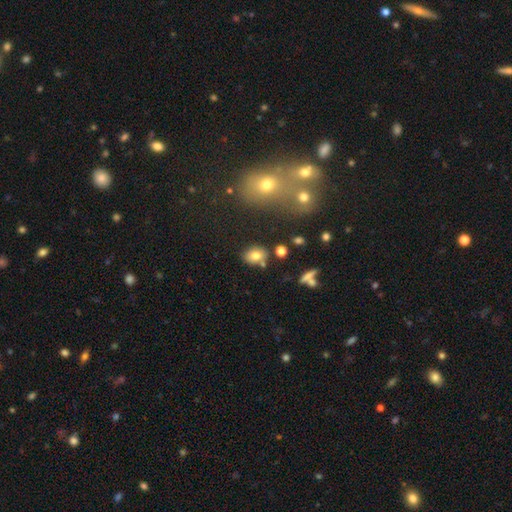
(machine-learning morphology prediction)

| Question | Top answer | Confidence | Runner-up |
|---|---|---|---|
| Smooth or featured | smooth | 77% | featured or disk (12%) |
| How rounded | in between | 58% | round (41%) |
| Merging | none | 73% | minor disturbance (12%) |